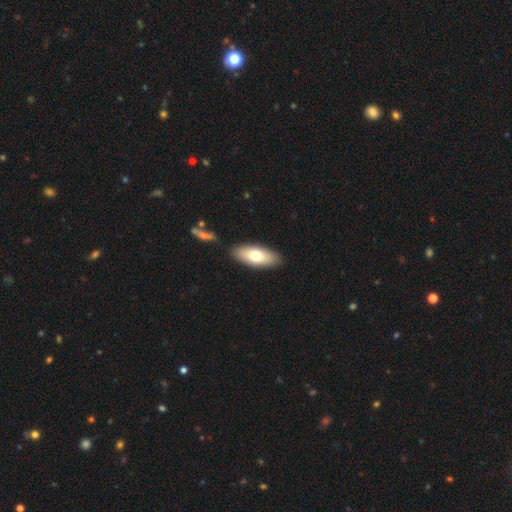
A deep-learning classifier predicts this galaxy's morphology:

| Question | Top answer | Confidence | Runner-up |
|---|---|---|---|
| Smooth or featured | smooth | 71% | featured or disk (23%) |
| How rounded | in between | 80% | cigar-shaped (17%) |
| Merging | none | 86% | minor disturbance (9%) |